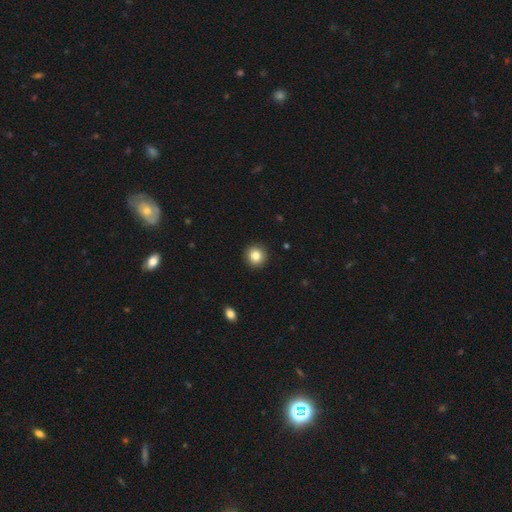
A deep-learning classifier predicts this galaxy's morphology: This appears to be a smooth galaxy with no disk features (84%) that is round (94%). Merging: none (92%).